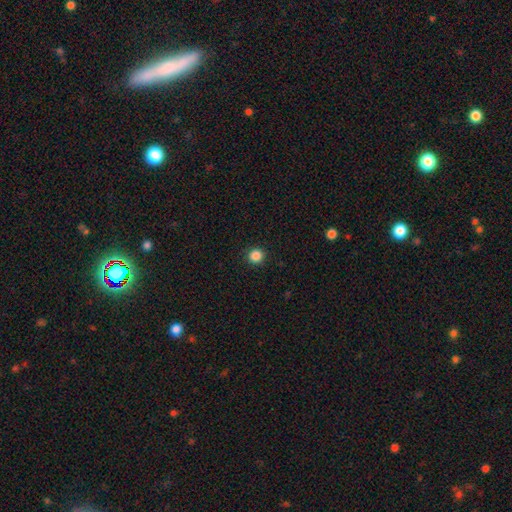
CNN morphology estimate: Smooth or featured: smooth — 86% (star or artifact — 11%)
How rounded: round — 95% (in between — 4%)
Merging: none — 92% (minor disturbance — 5%)